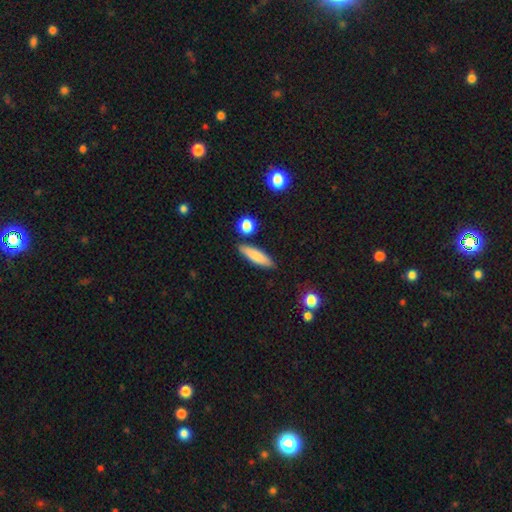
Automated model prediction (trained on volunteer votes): Smooth or featured?
  - smooth: 81% *
  - featured or disk: 12%
  - star or artifact: 7%
How rounded?
  - cigar-shaped: 63% *
  - in between: 35%
  - round: 3%
Merging?
  - none: 83% *
  - minor disturbance: 10%
  - merger: 4%
  - major disturbance: 2%